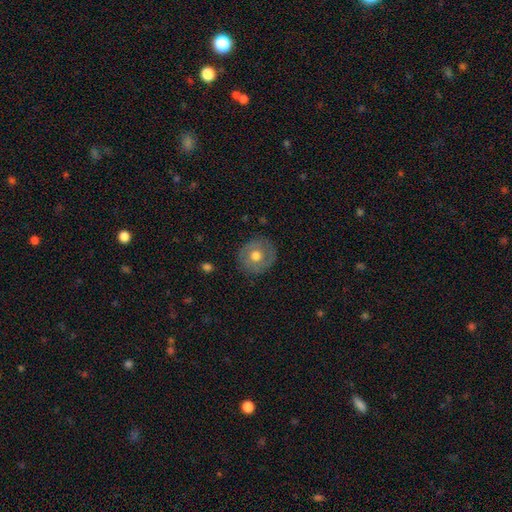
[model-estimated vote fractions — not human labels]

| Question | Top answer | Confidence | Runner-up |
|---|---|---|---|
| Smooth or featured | smooth | 55% | featured or disk (37%) |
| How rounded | round | 88% | in between (11%) |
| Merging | none | 86% | minor disturbance (10%) |